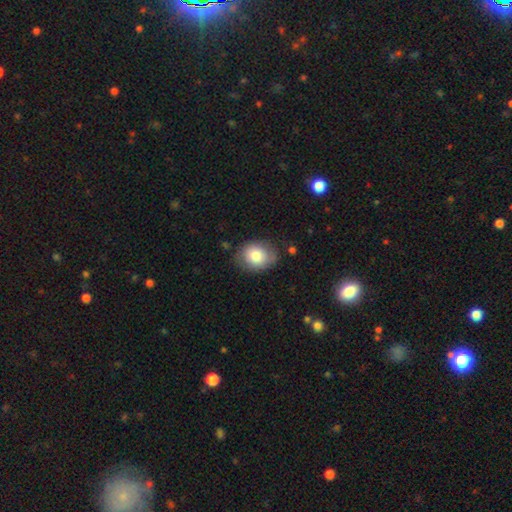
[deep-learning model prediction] Smooth or featured?
  - smooth: 79% *
  - featured or disk: 14%
  - star or artifact: 8%
How rounded?
  - in between: 51% *
  - round: 48%
  - cigar-shaped: 1%
Merging?
  - none: 76% *
  - minor disturbance: 18%
  - major disturbance: 4%
  - merger: 2%